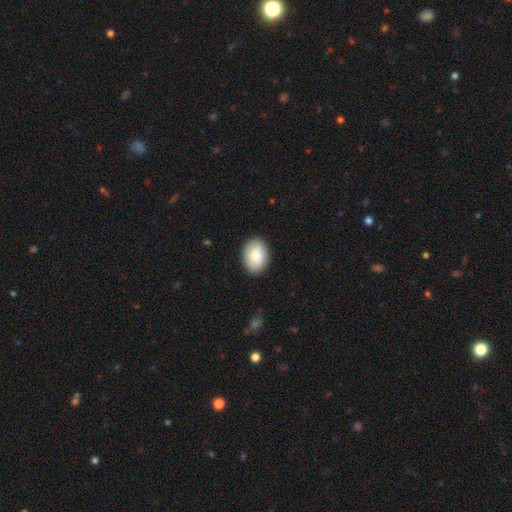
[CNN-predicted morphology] The model was most divided on "how rounded": in between: 82%, round: 17%, cigar-shaped: 1%. More confident: merging — none (89%); smooth or featured — smooth (88%).